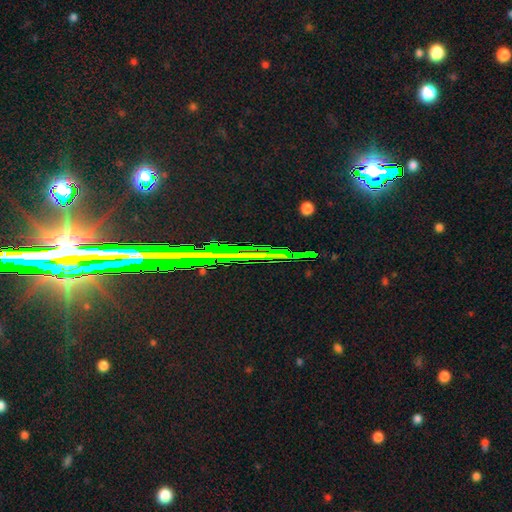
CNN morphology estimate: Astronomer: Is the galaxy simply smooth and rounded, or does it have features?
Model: star or artifact — 77%.